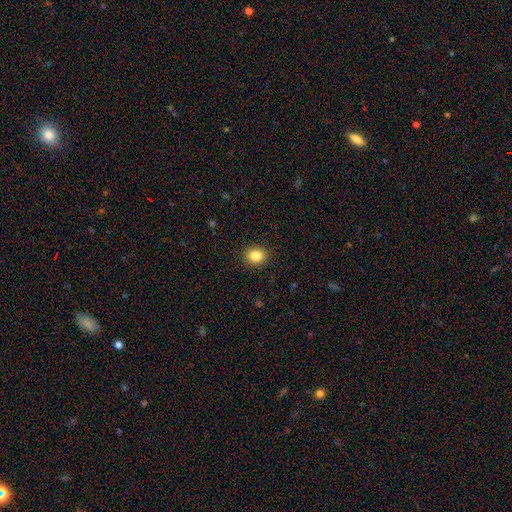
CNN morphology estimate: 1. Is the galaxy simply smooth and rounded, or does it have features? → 85% smooth, 10% star or artifact, 5% featured or disk.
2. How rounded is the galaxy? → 62% round, 37% in between, 1% cigar-shaped.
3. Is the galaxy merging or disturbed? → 90% none, 7% minor disturbance, 2% major disturbance, 1% merger.